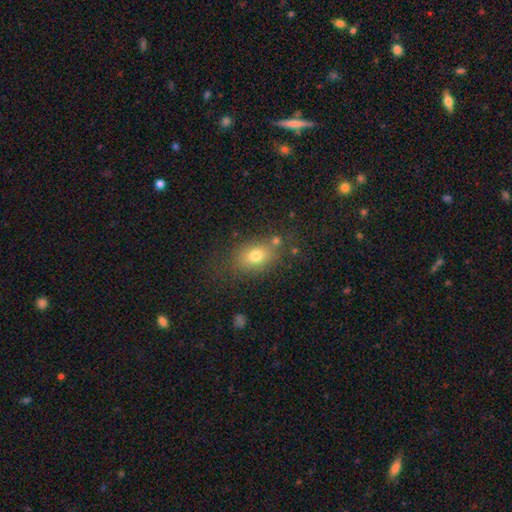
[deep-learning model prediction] Smooth or featured? Predicted: smooth (p=0.75). How rounded? Predicted: in between (p=0.73). Merging? Predicted: none (p=0.70).